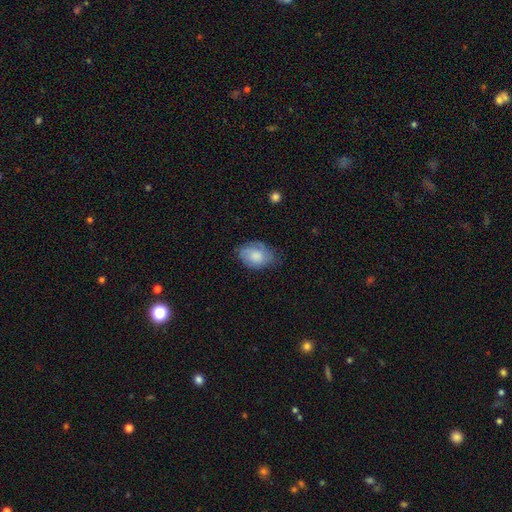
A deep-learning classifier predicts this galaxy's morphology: Smooth or featured?
  - smooth: 65% *
  - featured or disk: 28%
  - star or artifact: 7%
How rounded?
  - in between: 79% *
  - round: 20%
  - cigar-shaped: 1%
Merging?
  - none: 60% *
  - minor disturbance: 30%
  - major disturbance: 9%
  - merger: 1%